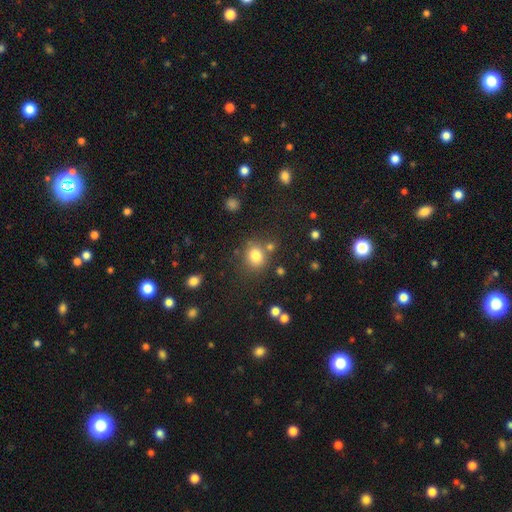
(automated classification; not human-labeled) This is likely a smooth galaxy (80%). How rounded: likely round (77%). Merging: likely none (71%).